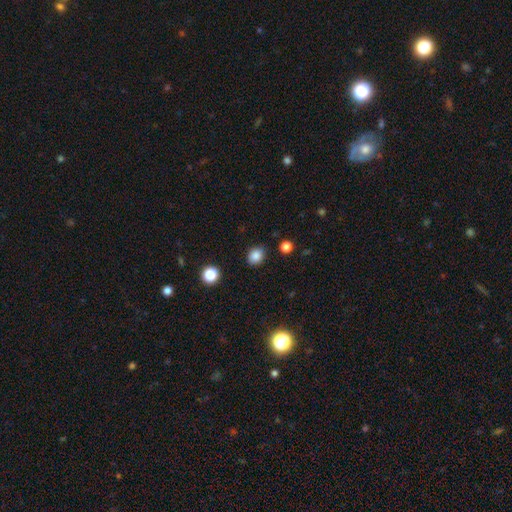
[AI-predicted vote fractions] smooth 85%, star or artifact 11%, featured or disk 4%. Down the decision tree: how rounded — round (58%); merging — none (87%).